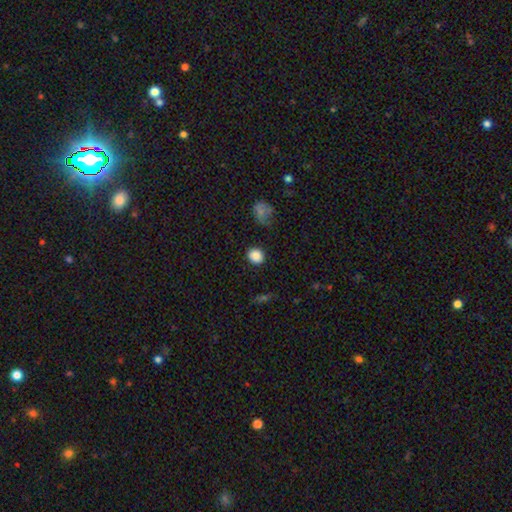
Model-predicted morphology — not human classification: A smooth galaxy with no disk features (87%) that is round (76%).

Vote fractions:
- Smooth or featured? smooth: 87% / star or artifact: 9% / featured or disk: 4%
- How rounded? round: 76% / in between: 23% / cigar-shaped: 1%
- Merging? none: 87% / minor disturbance: 8% / major disturbance: 3% / merger: 1%